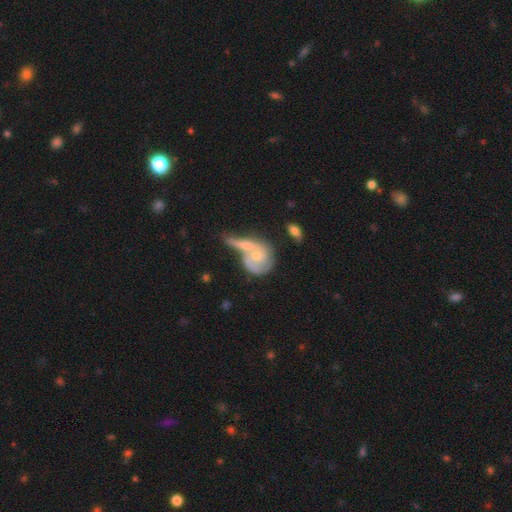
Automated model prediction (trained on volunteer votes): Q: Smooth or featured?
A: featured or disk (61%); runner-up: smooth (32%)
Q: Edge-on disk?
A: no (92%); runner-up: yes (8%)
Q: Bar?
A: no (72%); runner-up: weak (23%)
Q: Spiral arms?
A: yes (73%); runner-up: no (27%)
Q: Bulge size?
A: small (54%); runner-up: moderate (39%)
Q: Merging?
A: merger (48%); runner-up: none (31%)